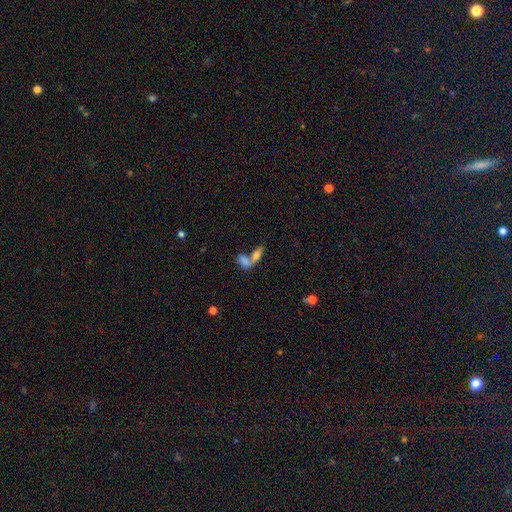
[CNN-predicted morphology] smooth-or-featured: smooth: 69% | featured or disk: 18% | star or artifact: 13%
  how-rounded: in between: 75% | cigar-shaped: 17% | round: 8%
  merging: merger: 66% | none: 24% | minor disturbance: 6% | major disturbance: 5%